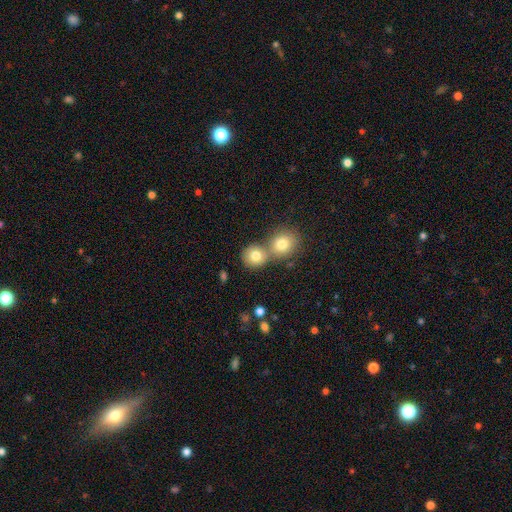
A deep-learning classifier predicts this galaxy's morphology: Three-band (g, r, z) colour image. It shows a smooth galaxy with no disk features (80%) that is round (84%). Merging: merger (46%).